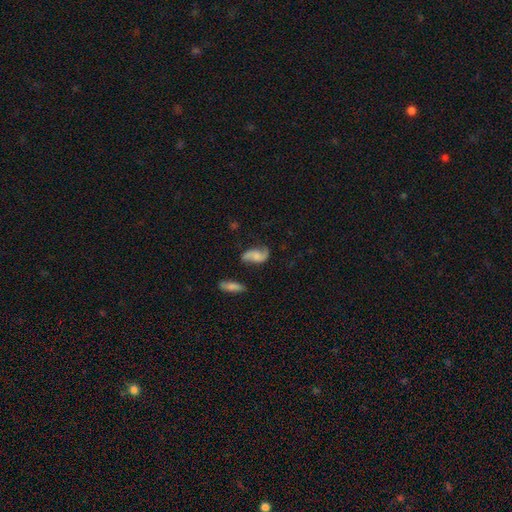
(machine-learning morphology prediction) A featured or disk galaxy (63%) with no bar (63%), 2 (87%) loose (63%) spiral arms (93%) and no central bulge (39%). Merging: none (62%).